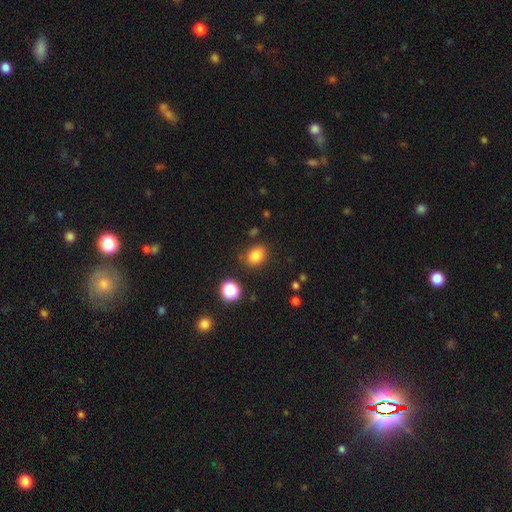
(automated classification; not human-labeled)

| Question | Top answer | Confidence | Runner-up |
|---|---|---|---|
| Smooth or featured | smooth | 81% | star or artifact (13%) |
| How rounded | in between | 54% | round (45%) |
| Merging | none | 81% | minor disturbance (12%) |